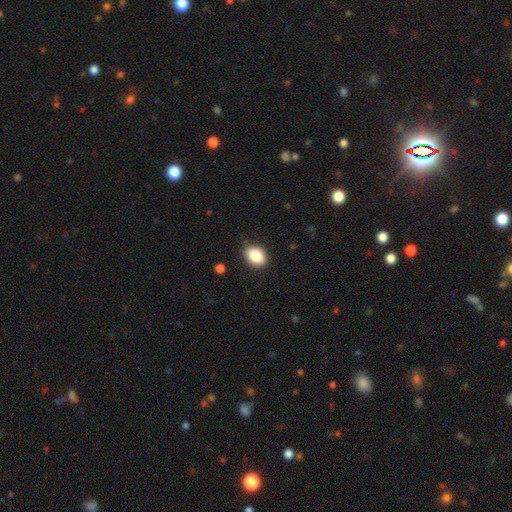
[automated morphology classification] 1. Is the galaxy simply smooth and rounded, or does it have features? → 86% smooth, 8% star or artifact, 6% featured or disk.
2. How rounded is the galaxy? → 70% in between, 29% round, 1% cigar-shaped.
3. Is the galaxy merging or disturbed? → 84% none, 12% minor disturbance, 3% major disturbance, 1% merger.